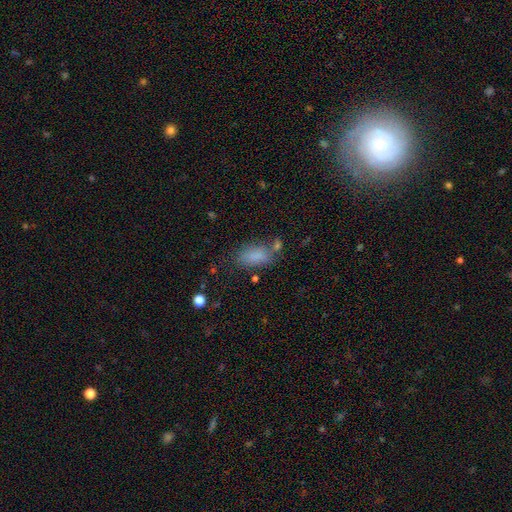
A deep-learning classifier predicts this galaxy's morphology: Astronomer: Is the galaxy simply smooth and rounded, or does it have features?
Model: smooth — 81%.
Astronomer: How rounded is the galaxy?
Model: in between — 88%.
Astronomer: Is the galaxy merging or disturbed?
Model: none — 60%.